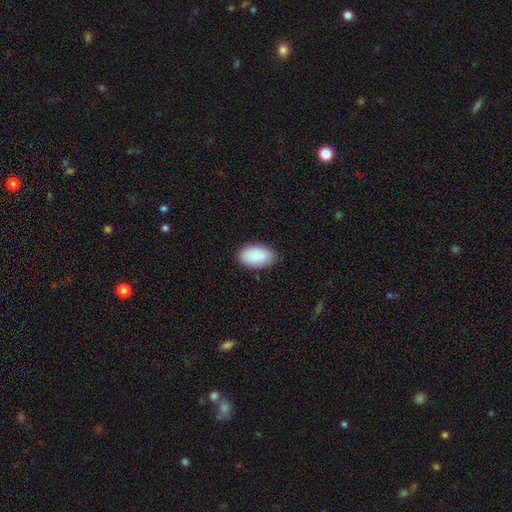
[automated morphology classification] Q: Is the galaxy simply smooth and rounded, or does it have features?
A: smooth — 90%.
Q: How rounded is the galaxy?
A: in between — 95%.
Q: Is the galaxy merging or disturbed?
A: none — 86%.